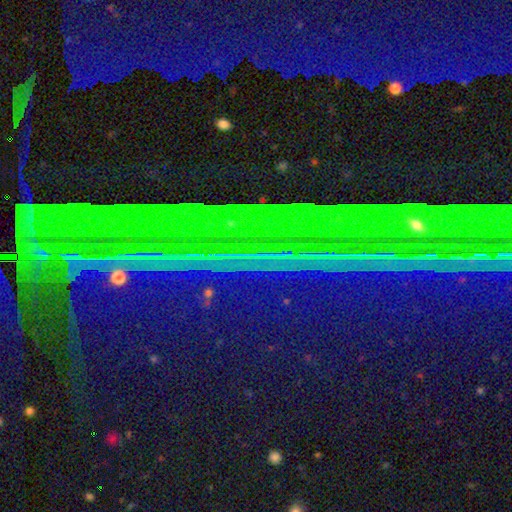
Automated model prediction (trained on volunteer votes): Smooth or featured? star or artifact (88%)